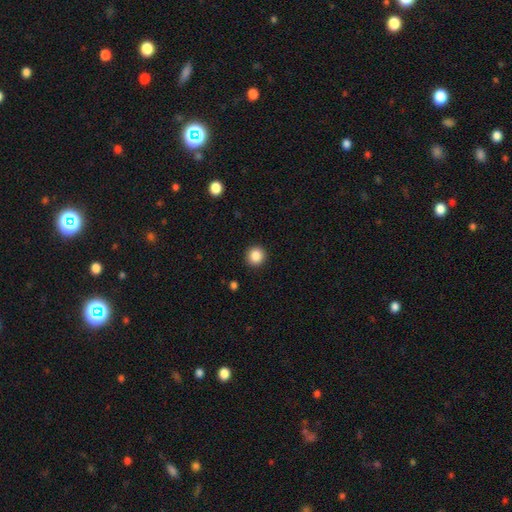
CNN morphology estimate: Smooth or featured?
  - smooth: 86% *
  - star or artifact: 10%
  - featured or disk: 4%
How rounded?
  - round: 93% *
  - in between: 6%
  - cigar-shaped: 1%
Merging?
  - none: 92% *
  - minor disturbance: 5%
  - major disturbance: 2%
  - merger: 1%